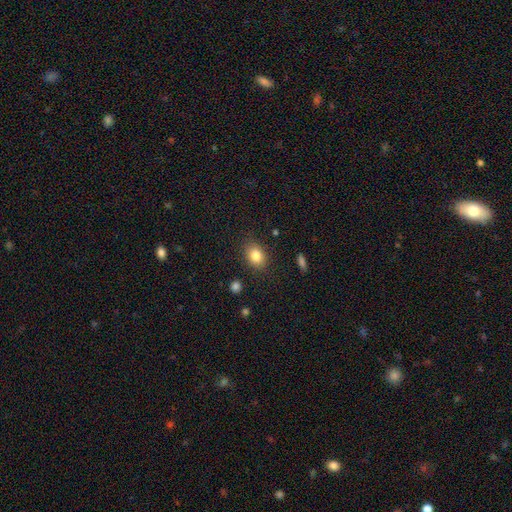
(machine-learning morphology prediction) This is clearly a smooth galaxy (82%). How rounded: likely in between (63%). Merging: clearly none (85%).